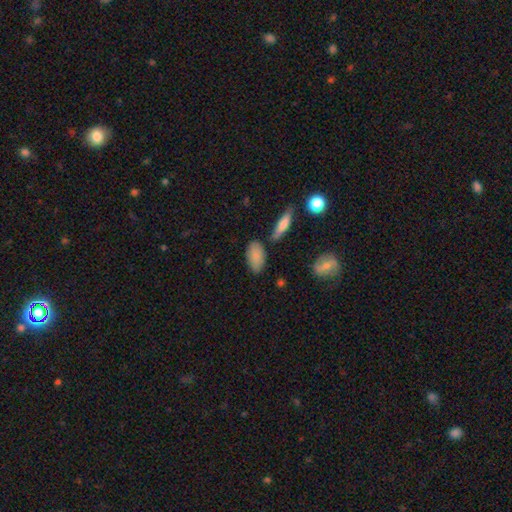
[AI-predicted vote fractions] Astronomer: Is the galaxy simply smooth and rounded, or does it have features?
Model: smooth — 85%.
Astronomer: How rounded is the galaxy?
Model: in between — 91%.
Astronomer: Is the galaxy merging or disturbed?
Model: none — 75%.